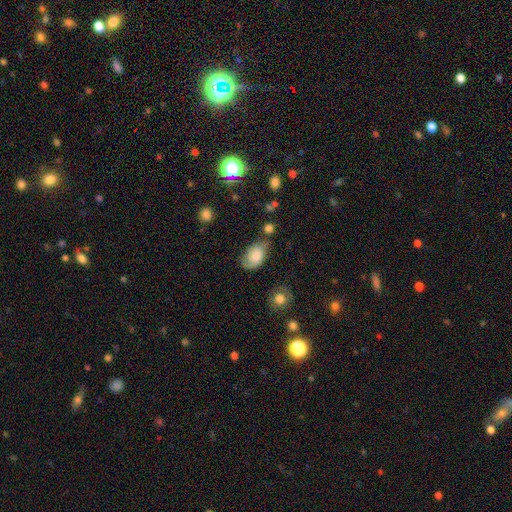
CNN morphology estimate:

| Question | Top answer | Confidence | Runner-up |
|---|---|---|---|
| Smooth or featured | smooth | 73% | featured or disk (19%) |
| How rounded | in between | 89% | round (9%) |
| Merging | none | 53% | minor disturbance (31%) |